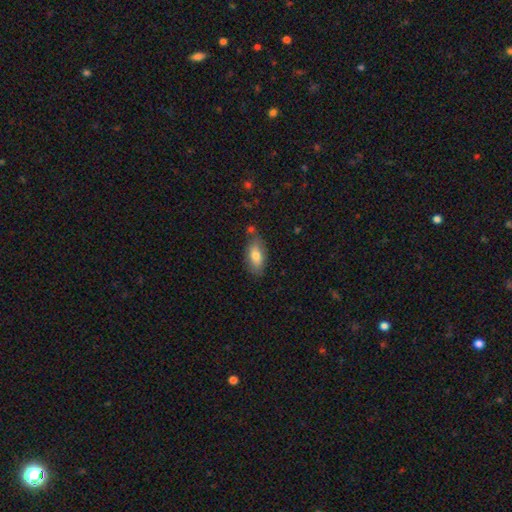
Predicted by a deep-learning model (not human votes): Q: Smooth or featured?
A: smooth (76%); runner-up: featured or disk (18%)
Q: How rounded?
A: in between (87%); runner-up: cigar-shaped (10%)
Q: Merging?
A: none (70%); runner-up: minor disturbance (19%)